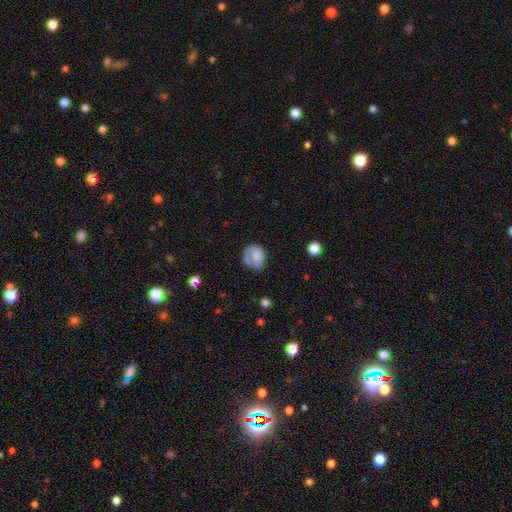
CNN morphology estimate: This is likely a smooth galaxy (68%). How rounded: possibly round (59%). Merging: marginally none (43%).